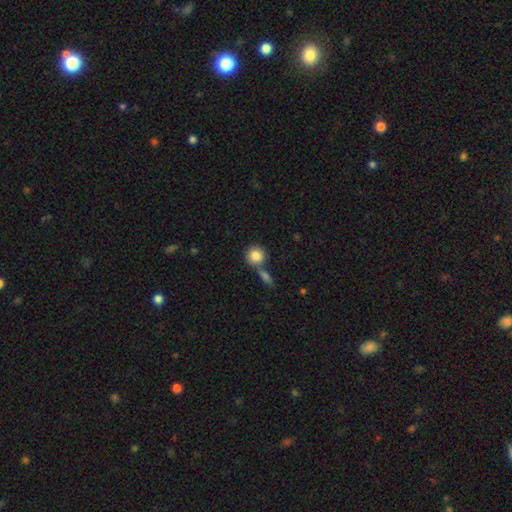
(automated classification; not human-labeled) Smooth or featured? smooth (84%)
How rounded? round (89%)
Merging? none (57%)